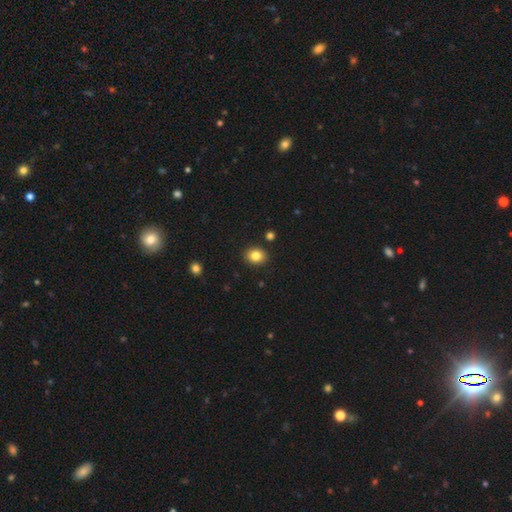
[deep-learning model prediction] Smooth or featured? smooth (83%)
How rounded? round (59%)
Merging? none (89%)